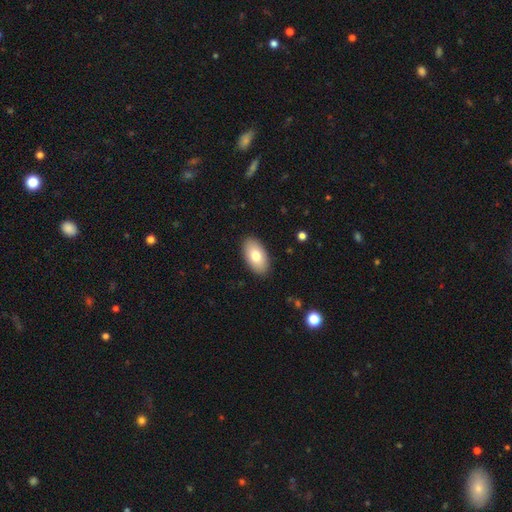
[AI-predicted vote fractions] Smooth or featured?
  - smooth: 77% *
  - featured or disk: 17%
  - star or artifact: 6%
How rounded?
  - in between: 95% *
  - round: 3%
  - cigar-shaped: 2%
Merging?
  - none: 89% *
  - minor disturbance: 8%
  - major disturbance: 2%
  - merger: 1%